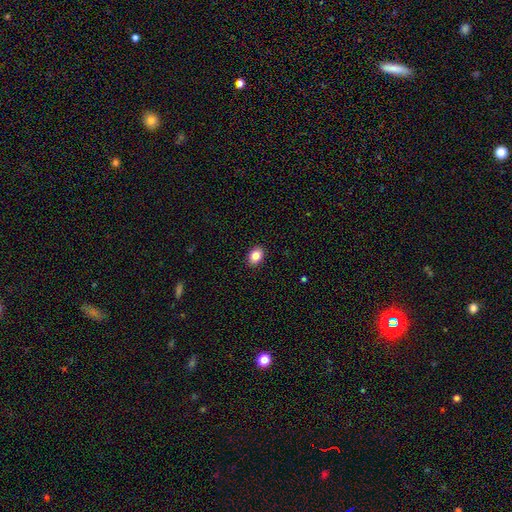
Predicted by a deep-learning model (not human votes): Morphology: type=smooth (84%); roundness=in between (74%); merging=none (91%).